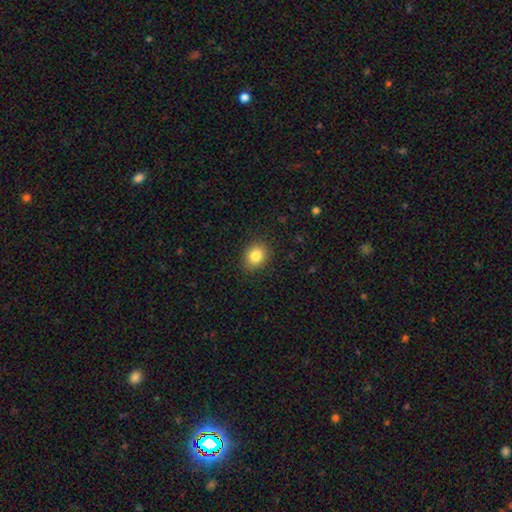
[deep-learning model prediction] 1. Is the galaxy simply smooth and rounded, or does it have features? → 84% smooth, 9% star or artifact, 6% featured or disk.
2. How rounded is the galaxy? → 51% in between, 48% round, 1% cigar-shaped.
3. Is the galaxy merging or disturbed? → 87% none, 9% minor disturbance, 2% major disturbance, 1% merger.